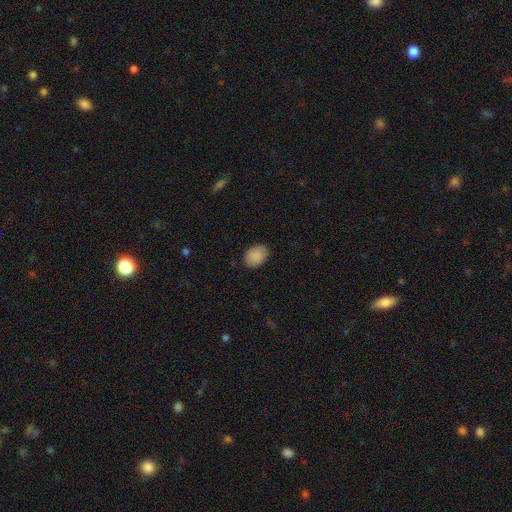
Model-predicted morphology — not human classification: This appears to be a smooth galaxy with no disk features (89%) that is in between round and cigar-shaped (72%). Merging: none (84%).